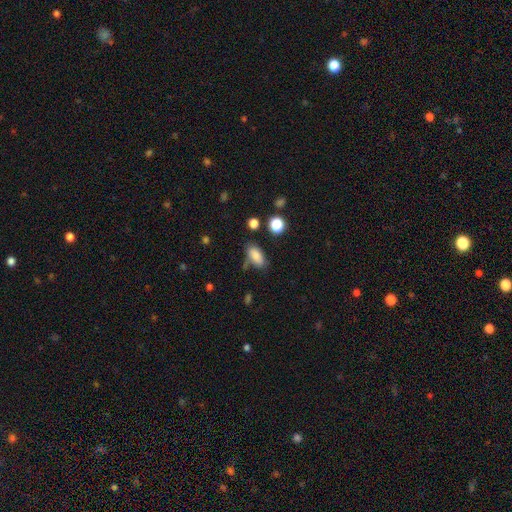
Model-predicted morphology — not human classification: Smooth or featured: smooth — 83% (star or artifact — 10%)
How rounded: in between — 88% (cigar-shaped — 7%)
Merging: none — 68% (minor disturbance — 20%)